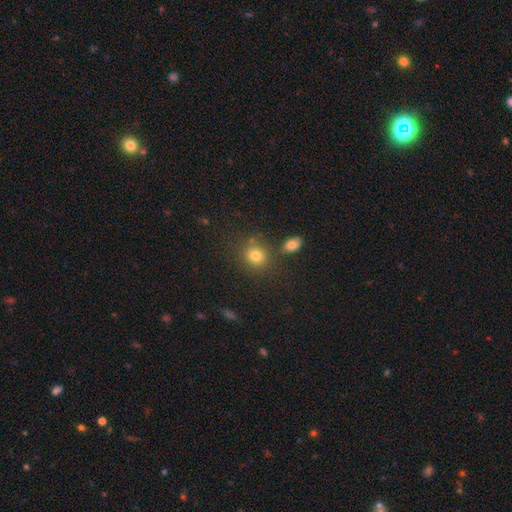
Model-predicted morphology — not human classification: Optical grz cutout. It shows a smooth galaxy with no disk features (79%) that is round (77%). Merging: none (75%).